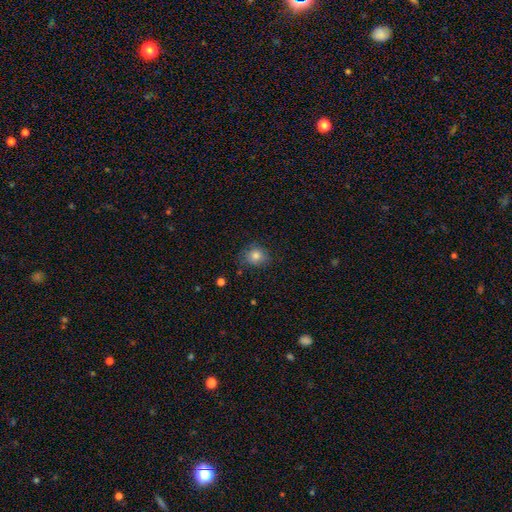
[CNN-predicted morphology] A smooth galaxy with no disk features (82%) that is round (69%). Merging: none (73%).